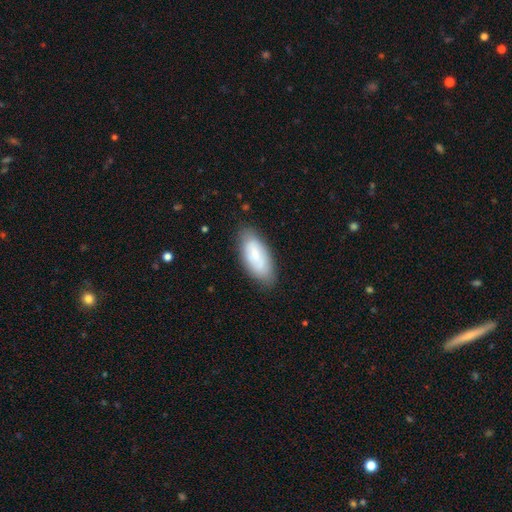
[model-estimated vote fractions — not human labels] smooth 69%, featured or disk 24%, star or artifact 7%. Down the decision tree: how rounded — in between (86%); merging — none (79%).